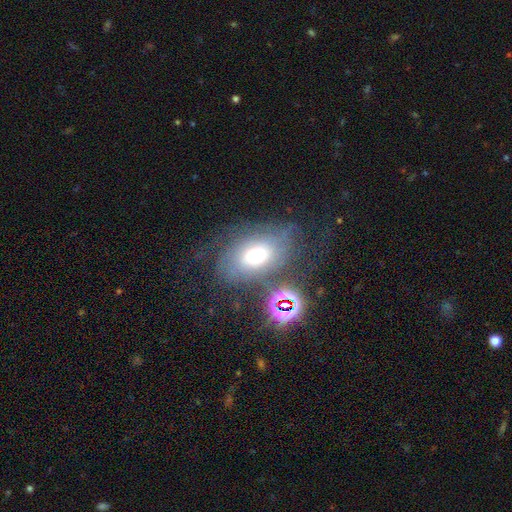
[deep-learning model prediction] The model was most divided on "smooth or featured": featured or disk: 46%, smooth: 35%, star or artifact: 18%. More confident: merging — none (57%).